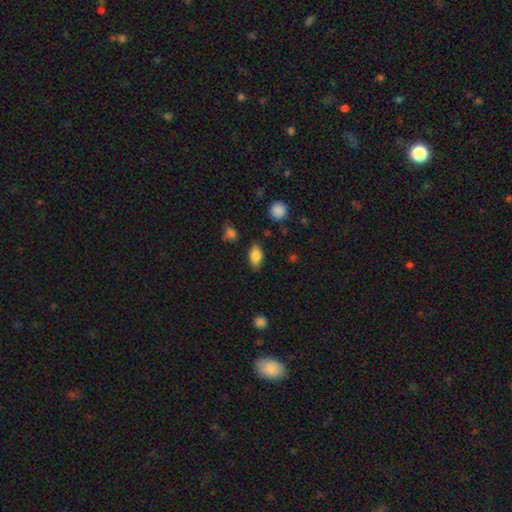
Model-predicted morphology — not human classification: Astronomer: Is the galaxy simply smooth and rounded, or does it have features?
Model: smooth — 82%.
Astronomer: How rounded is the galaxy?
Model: in between — 87%.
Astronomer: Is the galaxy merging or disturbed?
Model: none — 81%.